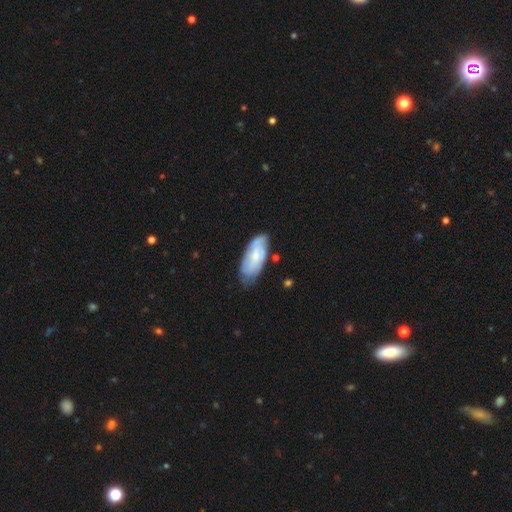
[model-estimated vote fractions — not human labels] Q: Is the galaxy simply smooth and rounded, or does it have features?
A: featured or disk — 52%.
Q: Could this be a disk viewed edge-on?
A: no — 90%.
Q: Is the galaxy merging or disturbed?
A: none — 66%.